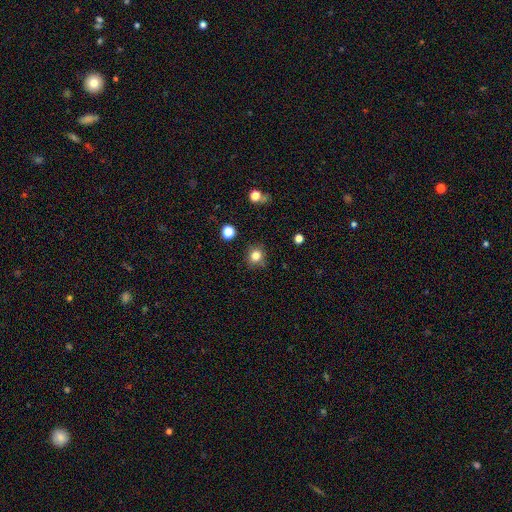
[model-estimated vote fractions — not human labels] smooth 82%, star or artifact 12%, featured or disk 6%. Down the decision tree: how rounded — round (86%); merging — none (85%).